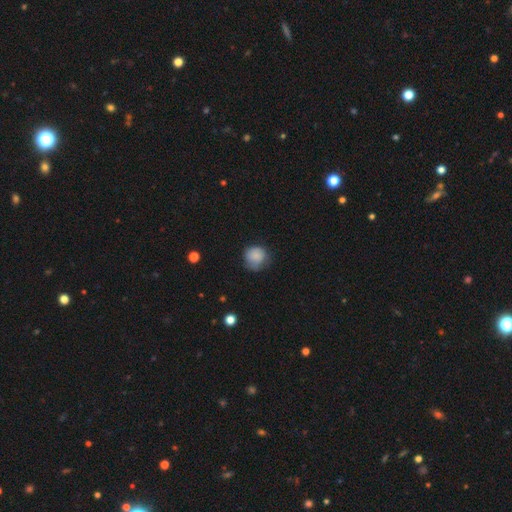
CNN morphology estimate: This appears to be a smooth galaxy with no disk features (83%) that is round (86%). Merging: none (61%).